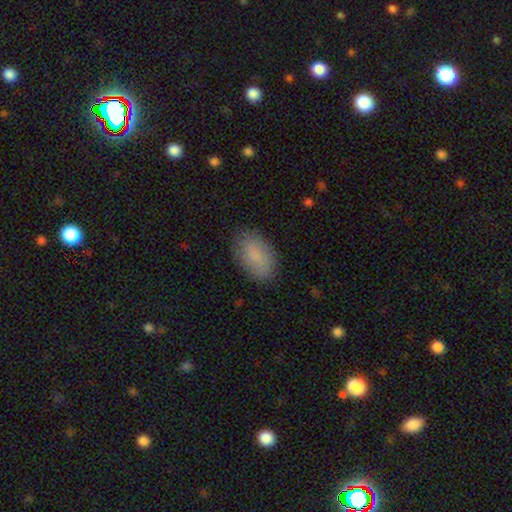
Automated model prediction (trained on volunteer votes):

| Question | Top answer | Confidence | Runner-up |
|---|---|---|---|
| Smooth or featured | smooth | 86% | featured or disk (8%) |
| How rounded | in between | 92% | round (6%) |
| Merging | none | 83% | minor disturbance (13%) |